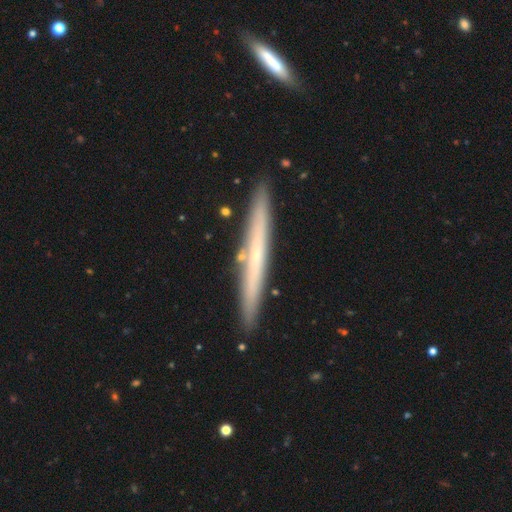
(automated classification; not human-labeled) The model was most divided on "smooth or featured": featured or disk: 56%, smooth: 38%, star or artifact: 6%. More confident: edge-on disk — yes (94%); merging — none (89%); edge-on bulge — none (80%).